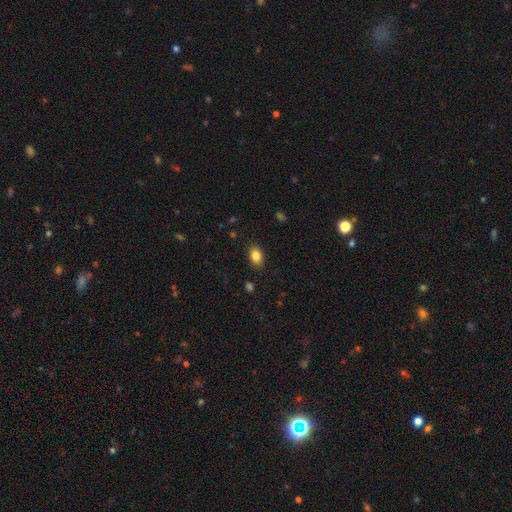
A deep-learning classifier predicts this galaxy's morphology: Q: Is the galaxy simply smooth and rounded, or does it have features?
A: smooth — 85%.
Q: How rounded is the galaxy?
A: in between — 83%.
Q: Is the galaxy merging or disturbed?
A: none — 87%.